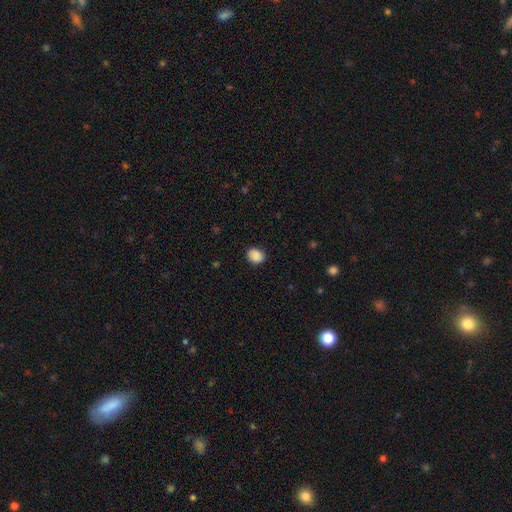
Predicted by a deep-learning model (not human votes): smooth_or_featured: smooth (p=0.89) [alt: star or artifact p=0.08]
how_rounded: round (p=0.50) [alt: in between p=0.49]
merging: none (p=0.85) [alt: minor disturbance p=0.11]